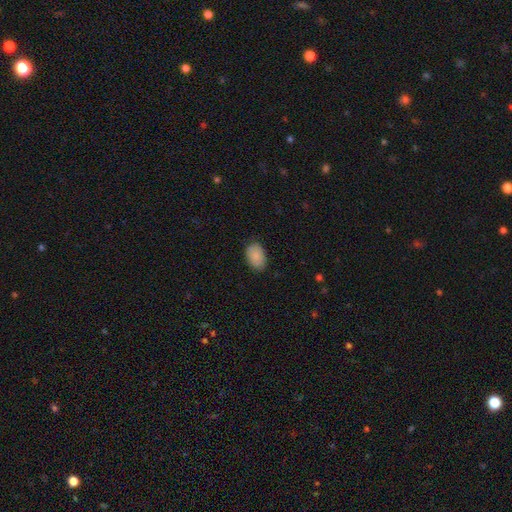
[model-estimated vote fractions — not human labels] Smooth or featured? Predicted: smooth (p=0.88). How rounded? Predicted: in between (p=0.88). Merging? Predicted: none (p=0.83).